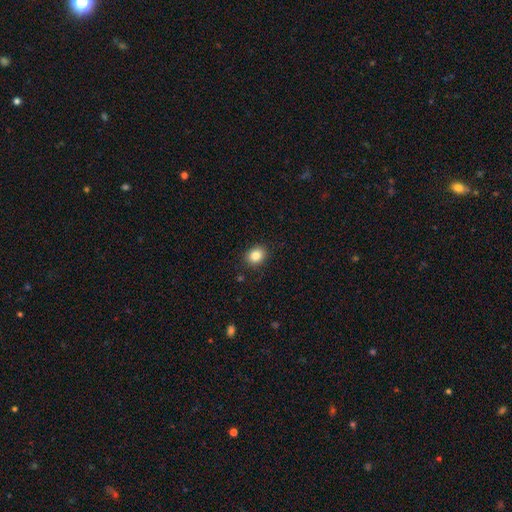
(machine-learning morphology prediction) Smooth or featured? Predicted: smooth (p=0.84). How rounded? Predicted: round (p=0.61). Merging? Predicted: none (p=0.89).